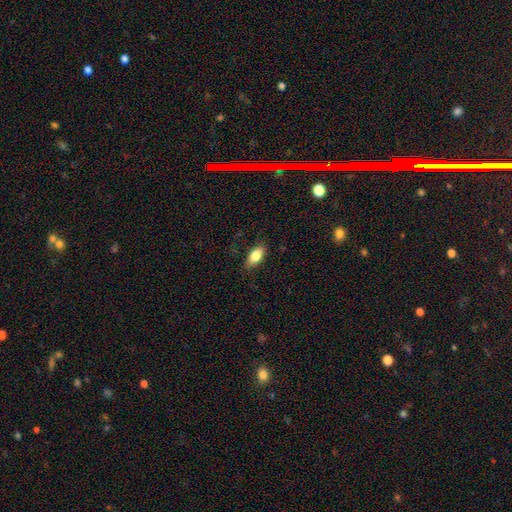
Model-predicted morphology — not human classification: Smooth or featured? Predicted: smooth (p=0.83). How rounded? Predicted: in between (p=0.89). Merging? Predicted: none (p=0.83).